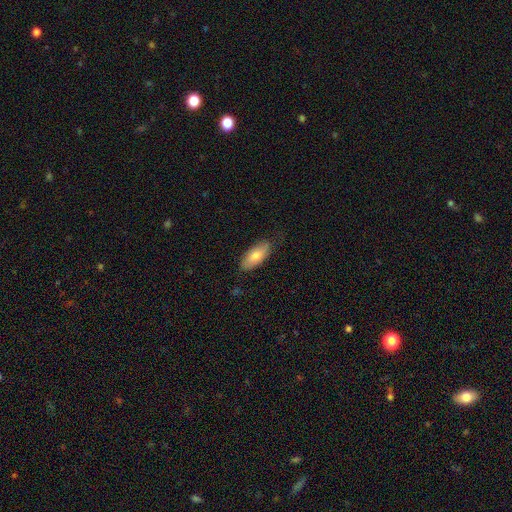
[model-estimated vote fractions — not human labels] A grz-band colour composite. It shows a smooth galaxy with no disk features (78%) that is in between round and cigar-shaped (86%). Merging: none (78%).